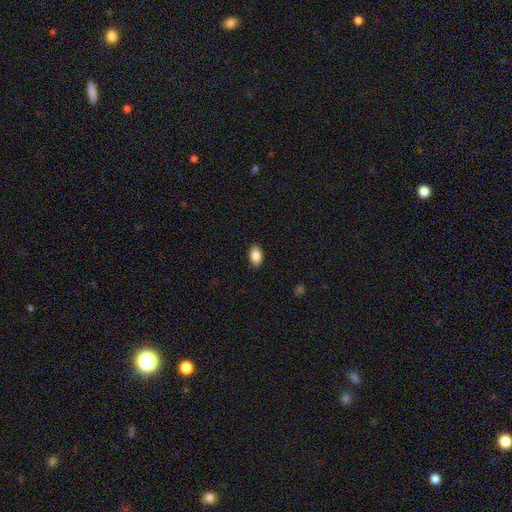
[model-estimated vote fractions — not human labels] Overall: smooth (86%). How rounded: in between (90%). Merging: none (89%).